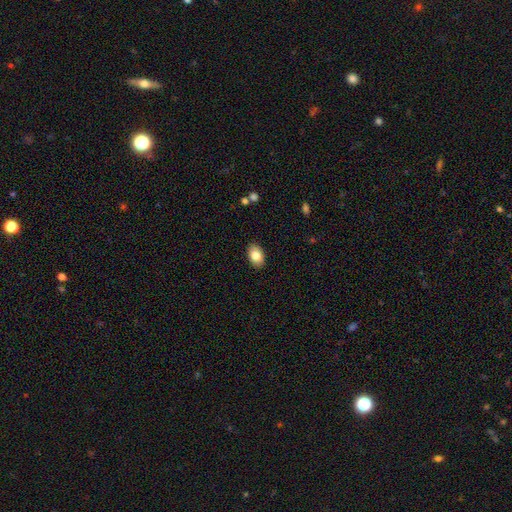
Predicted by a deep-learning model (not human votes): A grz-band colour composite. It shows a smooth galaxy with no disk features (84%) that is in between round and cigar-shaped (86%). Merging: none (89%).